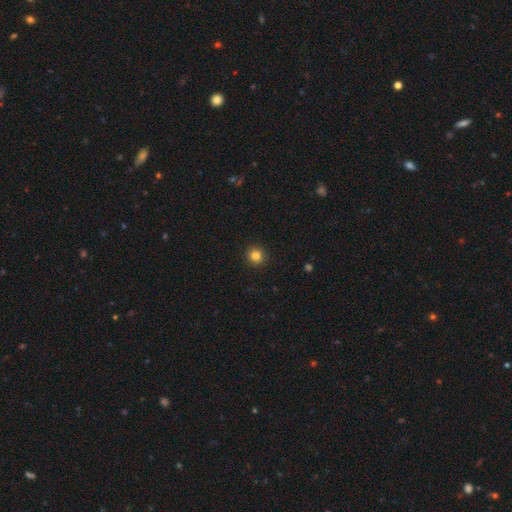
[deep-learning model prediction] smooth 83%, star or artifact 12%, featured or disk 5%. Down the decision tree: how rounded — round (94%); merging — none (93%).